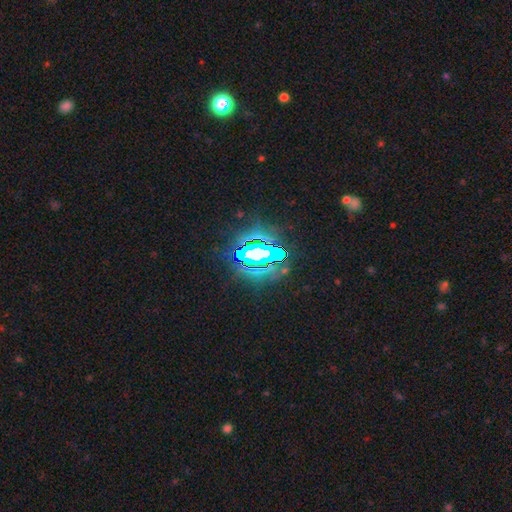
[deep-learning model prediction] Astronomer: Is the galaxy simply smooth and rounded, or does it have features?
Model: star or artifact — 76%.